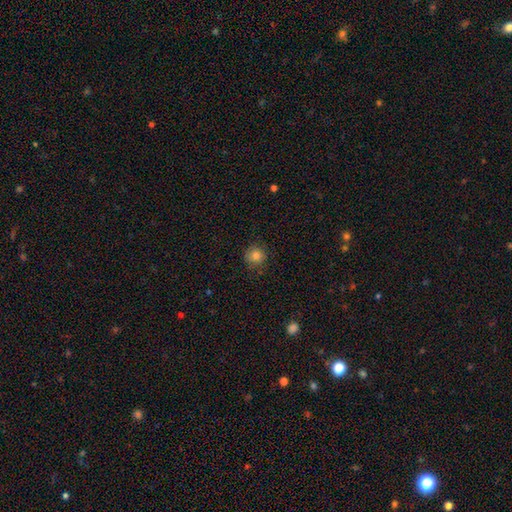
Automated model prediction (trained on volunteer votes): The model was most divided on "smooth or featured": smooth: 84%, star or artifact: 11%, featured or disk: 5%. More confident: how rounded — round (91%); merging — none (85%).